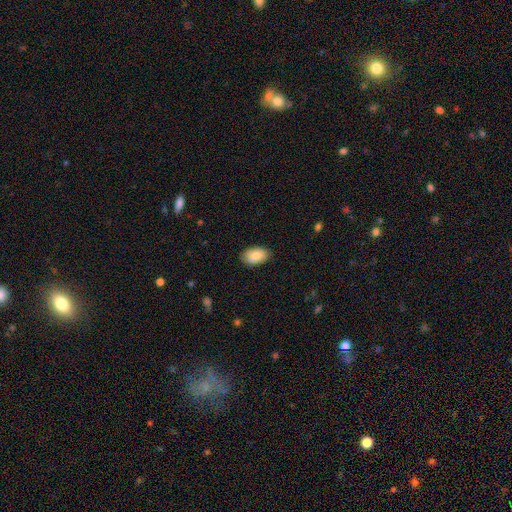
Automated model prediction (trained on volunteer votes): This appears to be a smooth galaxy with no disk features (83%) that is in between round and cigar-shaped (92%). Merging: none (84%).